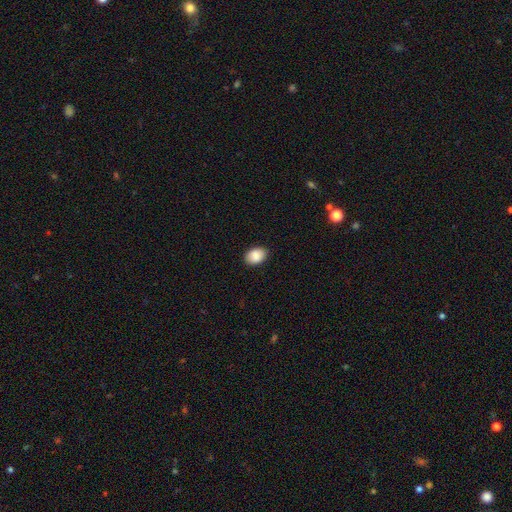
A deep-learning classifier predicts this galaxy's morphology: Smooth or featured?
  - smooth: 89% *
  - star or artifact: 7%
  - featured or disk: 4%
How rounded?
  - in between: 79% *
  - round: 20%
  - cigar-shaped: 1%
Merging?
  - none: 89% *
  - minor disturbance: 8%
  - major disturbance: 2%
  - merger: 1%